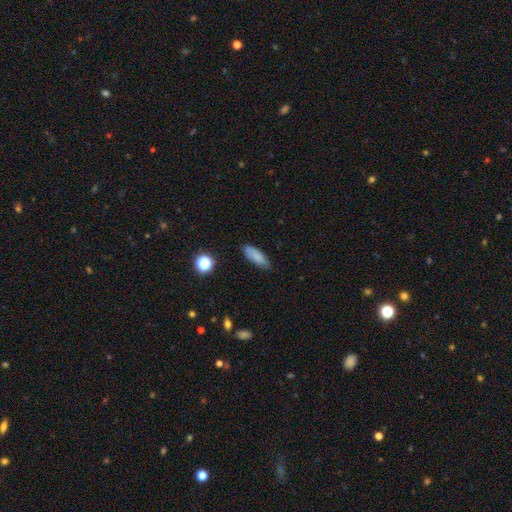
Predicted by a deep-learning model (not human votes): A smooth galaxy with no disk features (83%) that is in between round and cigar-shaped (62%).

Vote fractions:
- Smooth or featured? smooth: 83% / star or artifact: 9% / featured or disk: 8%
- How rounded? in between: 62% / cigar-shaped: 36% / round: 2%
- Merging? none: 83% / minor disturbance: 13% / major disturbance: 3% / merger: 1%